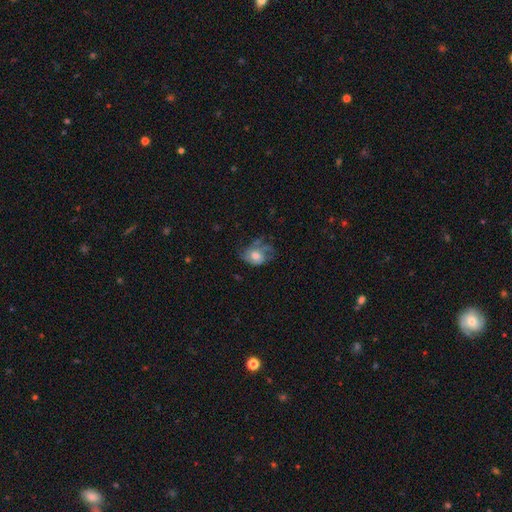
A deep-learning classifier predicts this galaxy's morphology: This is possibly a smooth galaxy (48%). Merging: marginally none (37%).